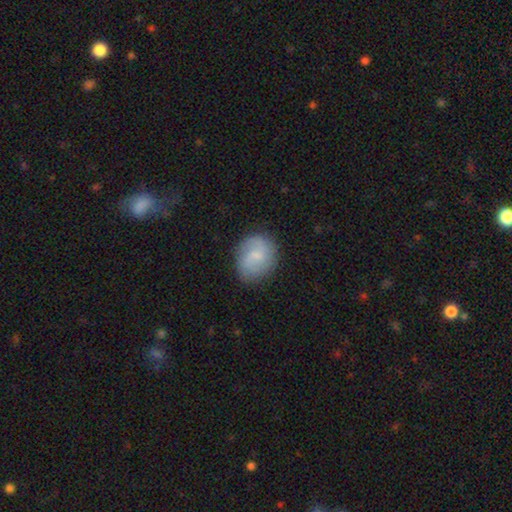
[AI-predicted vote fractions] Overall: featured or disk (48%; smooth 46%). Merging: none (78%).